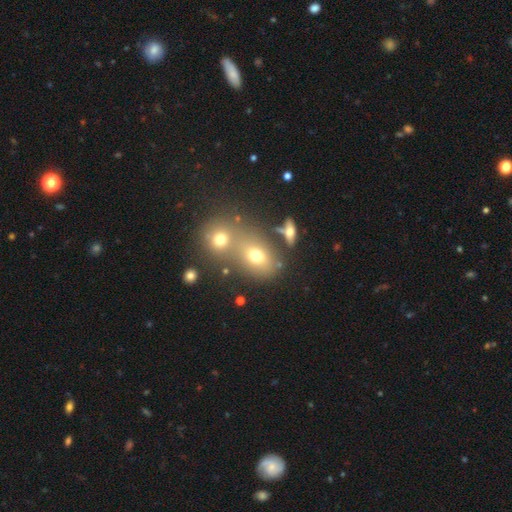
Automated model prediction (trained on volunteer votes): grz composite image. It shows a smooth galaxy with no disk features (67%) that is in between round and cigar-shaped (55%). Merging: none (46%).